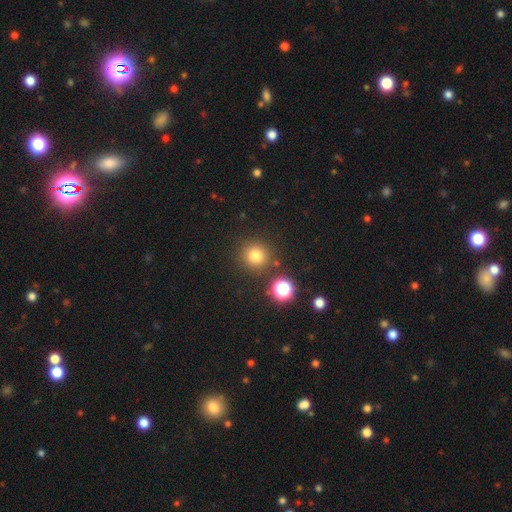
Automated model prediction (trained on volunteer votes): Smooth or featured? Predicted: smooth (p=0.76). How rounded? Predicted: round (p=0.94). Merging? Predicted: none (p=0.85).